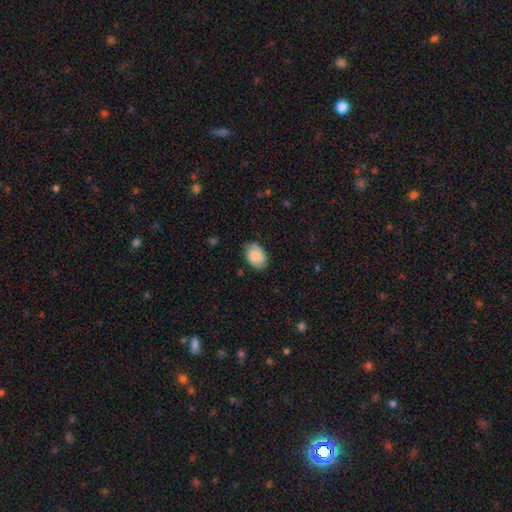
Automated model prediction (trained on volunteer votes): smooth 80%, featured or disk 14%, star or artifact 6%. Down the decision tree: how rounded — in between (85%); merging — none (82%).